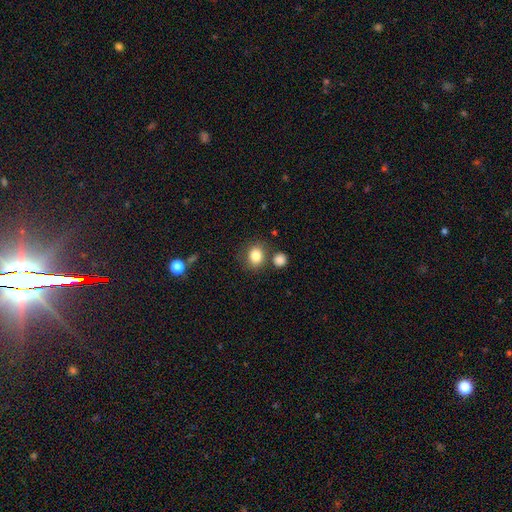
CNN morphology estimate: smooth-or-featured: smooth: 83% | star or artifact: 10% | featured or disk: 7%
  how-rounded: round: 65% | in between: 34% | cigar-shaped: 1%
  merging: none: 72% | minor disturbance: 12% | merger: 12% | major disturbance: 4%